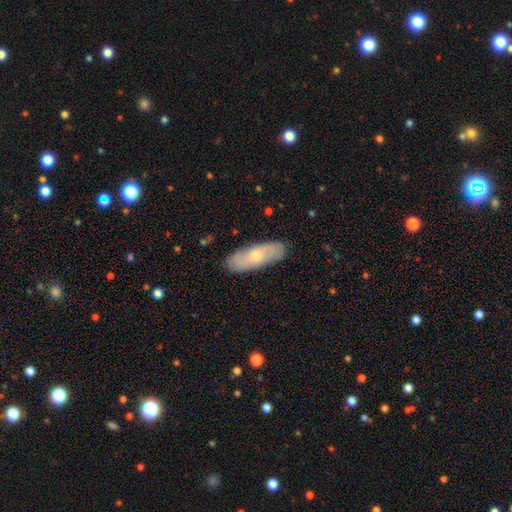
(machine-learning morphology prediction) smooth-or-featured: smooth: 53% | featured or disk: 40% | star or artifact: 6%
  how-rounded: in between: 66% | cigar-shaped: 32% | round: 2%
  merging: none: 85% | minor disturbance: 11% | major disturbance: 2% | merger: 1%